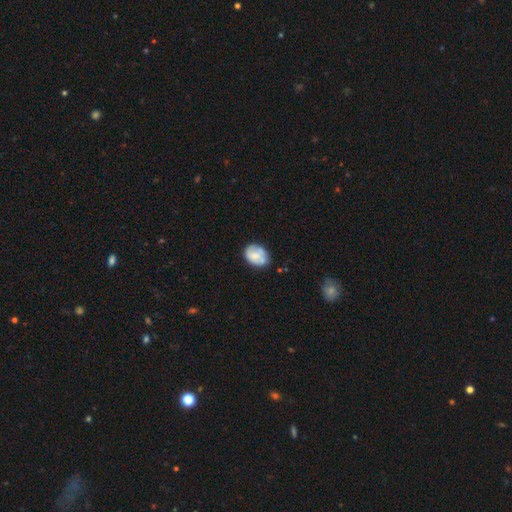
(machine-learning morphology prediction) Smooth or featured? smooth (63%)
How rounded? in between (67%)
Merging? none (60%)